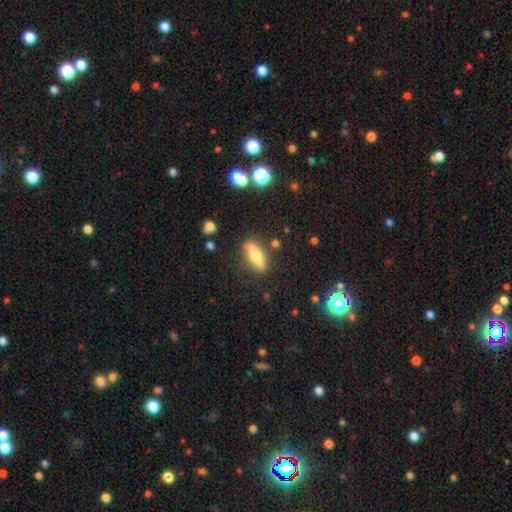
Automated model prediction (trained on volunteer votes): Q: Smooth or featured?
A: smooth (54%); runner-up: featured or disk (38%)
Q: How rounded?
A: cigar-shaped (51%); runner-up: in between (45%)
Q: Merging?
A: none (83%); runner-up: minor disturbance (11%)